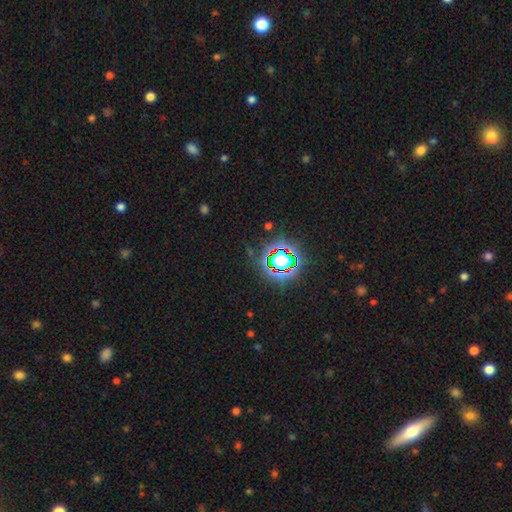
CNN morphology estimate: Smooth or featured: star or artifact — 81% (smooth — 11%)